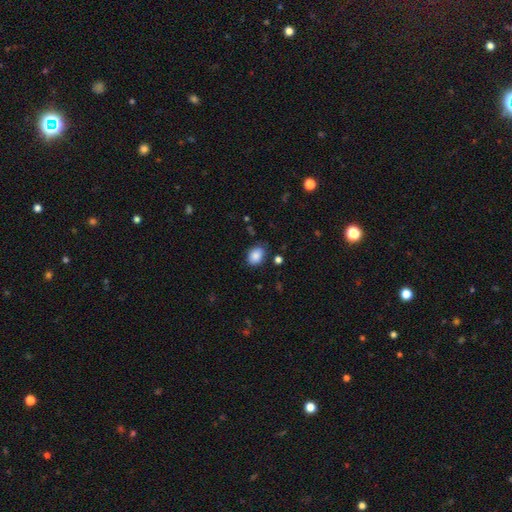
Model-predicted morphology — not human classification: smooth-or-featured: smooth: 86% | star or artifact: 8% | featured or disk: 6%
  how-rounded: in between: 71% | round: 28% | cigar-shaped: 1%
  merging: none: 78% | minor disturbance: 16% | major disturbance: 4% | merger: 2%